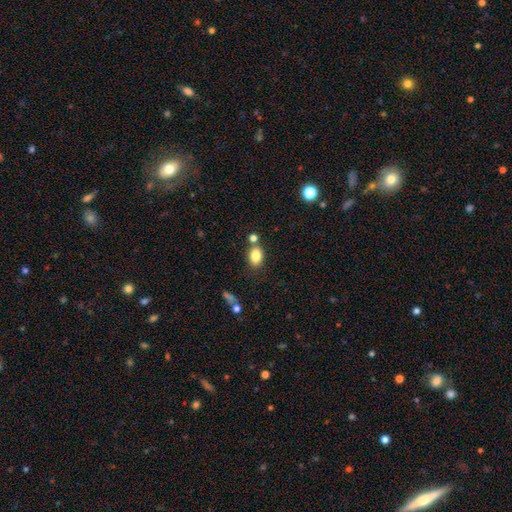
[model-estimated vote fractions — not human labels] Morphology: type=smooth (83%); roundness=in between (80%); merging=none (68%).